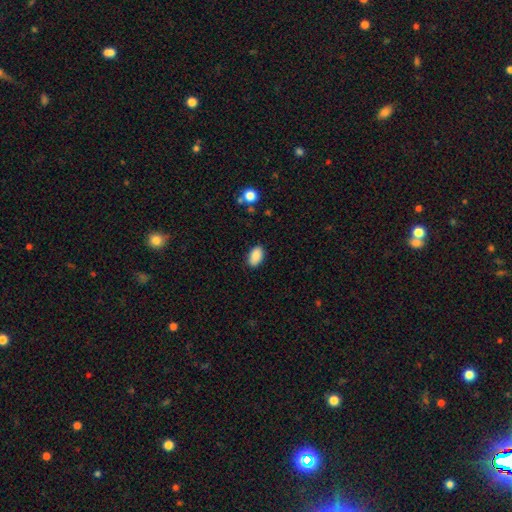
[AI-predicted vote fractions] smooth_or_featured: smooth (p=0.89) [alt: star or artifact p=0.07]
how_rounded: in between (p=0.93) [alt: round p=0.06]
merging: none (p=0.86) [alt: minor disturbance p=0.10]